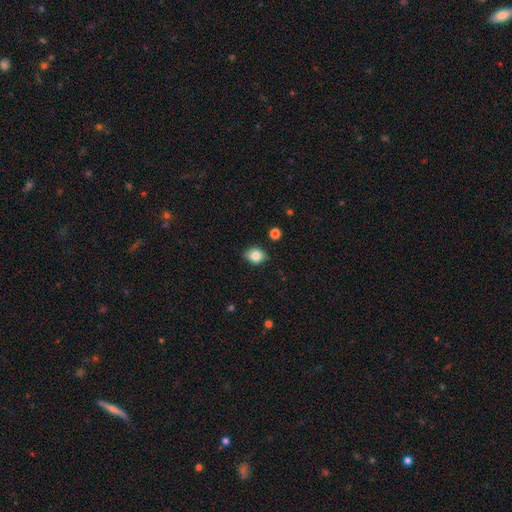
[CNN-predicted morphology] smooth 82%, star or artifact 10%, featured or disk 9%. Down the decision tree: how rounded — round (58%); merging — none (79%).